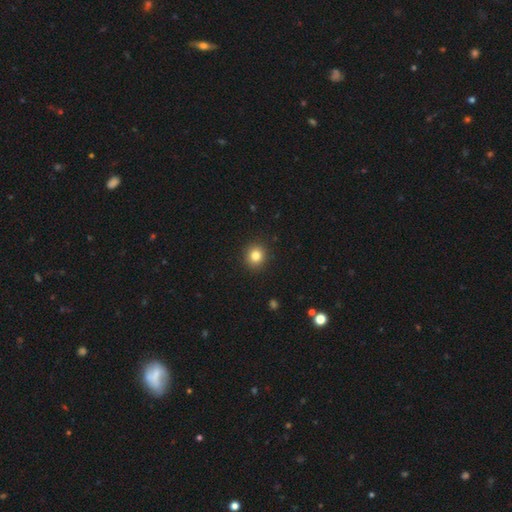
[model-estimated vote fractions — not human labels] Overall: smooth (82%). How rounded: round (87%). Merging: none (92%).